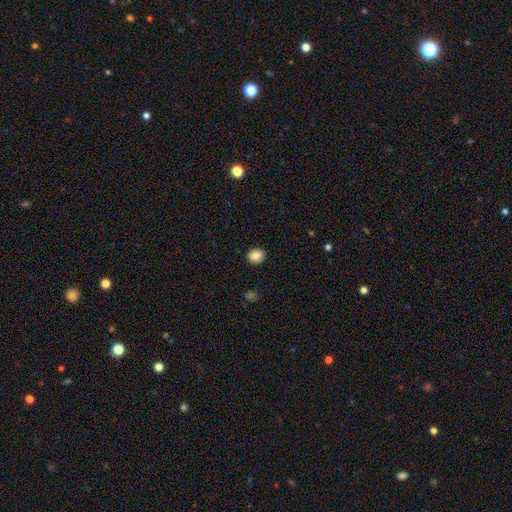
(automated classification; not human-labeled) A smooth galaxy with no disk features (85%) that is round (69%). Merging: none (91%).